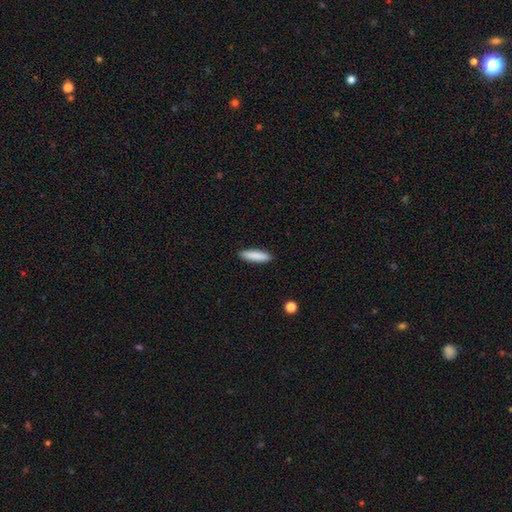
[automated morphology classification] Smooth or featured?
  - smooth: 87% *
  - featured or disk: 7%
  - star or artifact: 6%
How rounded?
  - cigar-shaped: 74% *
  - in between: 24%
  - round: 1%
Merging?
  - none: 90% *
  - minor disturbance: 7%
  - major disturbance: 2%
  - merger: 1%